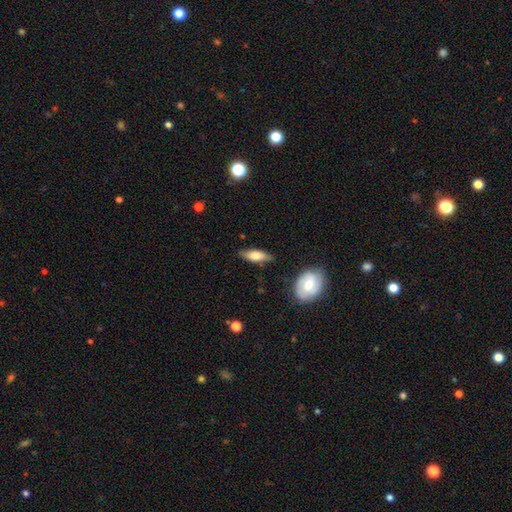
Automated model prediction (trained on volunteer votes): This is likely a smooth galaxy (71%). How rounded: likely in between (61%). Merging: likely none (78%).